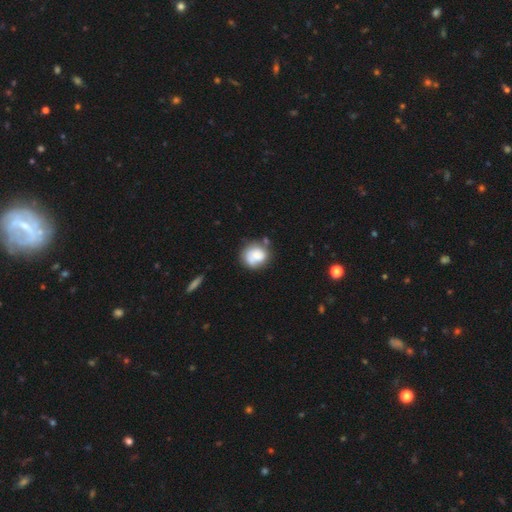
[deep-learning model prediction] smooth 63%, featured or disk 29%, star or artifact 9%. Down the decision tree: how rounded — round (75%); merging — none (54%).